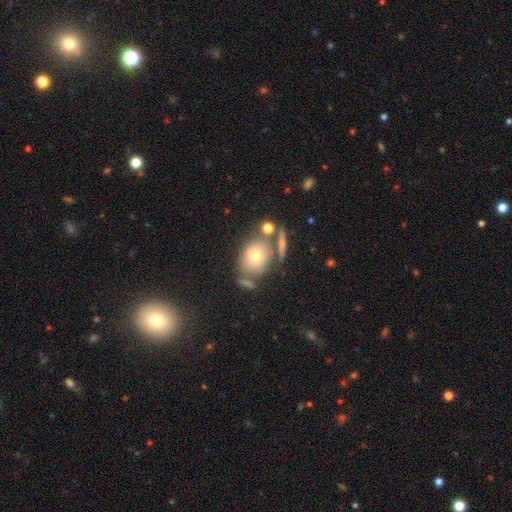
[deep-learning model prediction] Morphology: type=smooth (60%); roundness=round (51%); merging=none (49%).